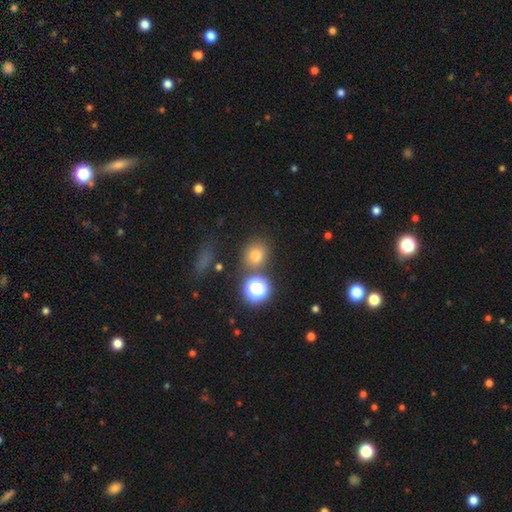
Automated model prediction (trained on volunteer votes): smooth 72%, star or artifact 21%, featured or disk 8%. Down the decision tree: how rounded — round (79%); merging — none (78%).